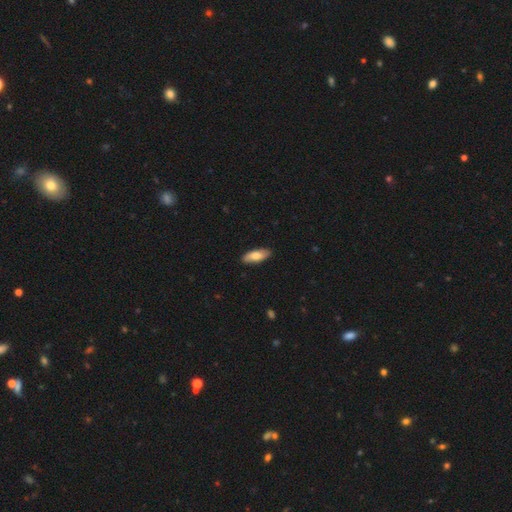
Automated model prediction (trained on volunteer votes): Overall: smooth (73%). How rounded: in between (76%). Merging: none (88%).